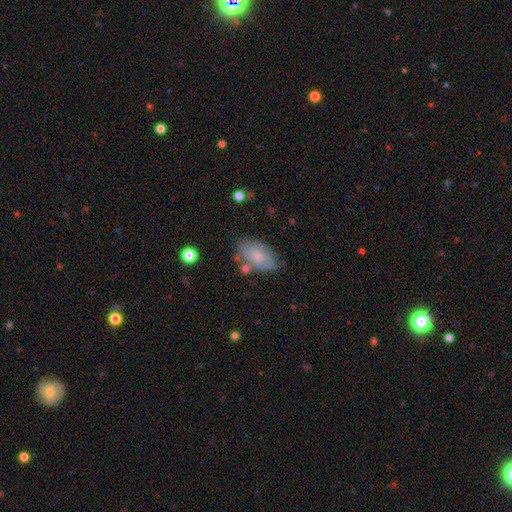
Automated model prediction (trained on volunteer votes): This appears to be a smooth galaxy with no disk features (50%). Merging: none (63%).